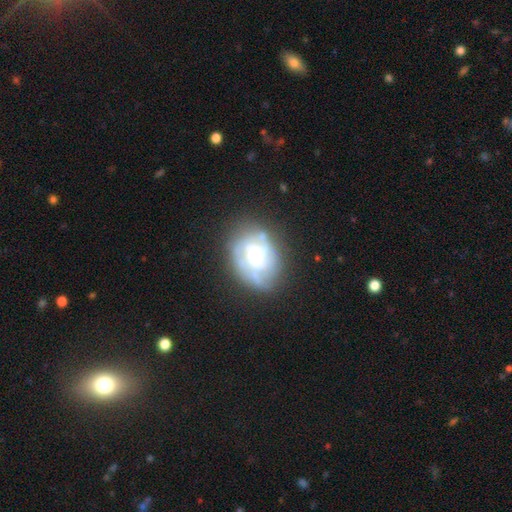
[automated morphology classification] Smooth or featured? Predicted: featured or disk (p=0.73). Edge-on disk? Predicted: no (p=0.97). Bar? Predicted: no (p=0.70). Spiral arms? Predicted: yes (p=0.81). Spiral winding? Predicted: tight (p=0.51). Spiral arm count? Predicted: can't tell (p=0.38). Bulge size? Predicted: moderate (p=0.52). Merging? Predicted: none (p=0.64).